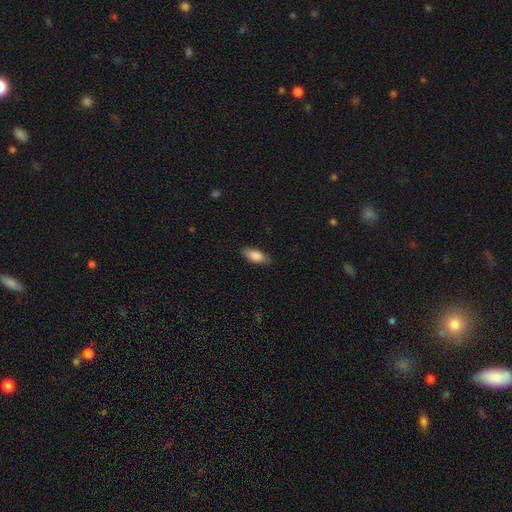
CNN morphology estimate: A smooth galaxy with no disk features (83%) that is in between round and cigar-shaped (78%). Merging: none (84%).